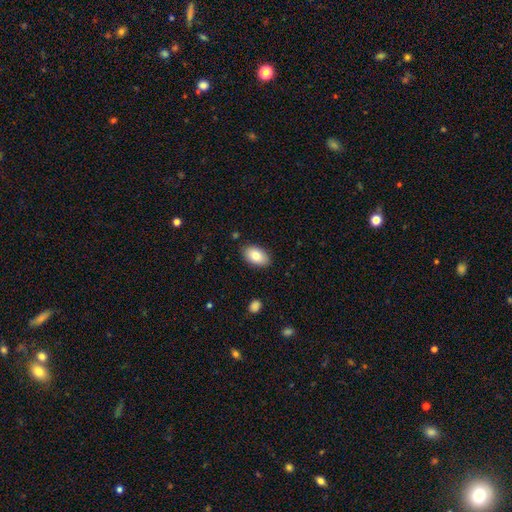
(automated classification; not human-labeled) This appears to be a smooth galaxy with no disk features (83%) that is in between round and cigar-shaped (93%). Merging: none (86%).